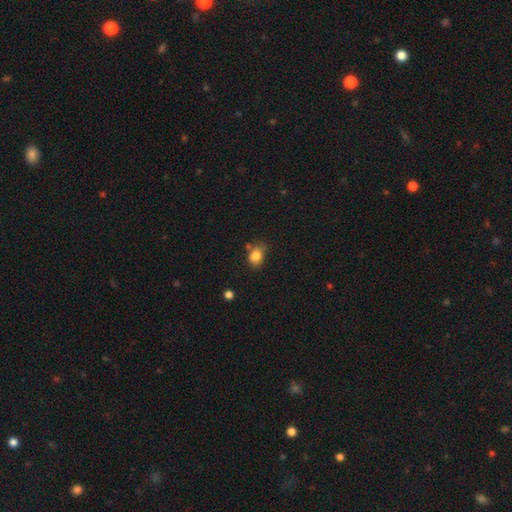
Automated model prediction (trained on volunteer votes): Morphology: type=smooth (83%); roundness=in between (61%); merging=none (54%).